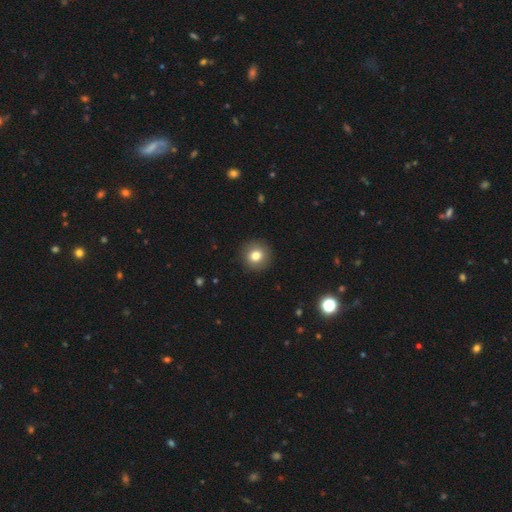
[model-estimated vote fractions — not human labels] Smooth or featured?
  - smooth: 80% *
  - star or artifact: 10%
  - featured or disk: 10%
How rounded?
  - round: 94% *
  - in between: 5%
  - cigar-shaped: 1%
Merging?
  - none: 92% *
  - minor disturbance: 5%
  - major disturbance: 2%
  - merger: 1%